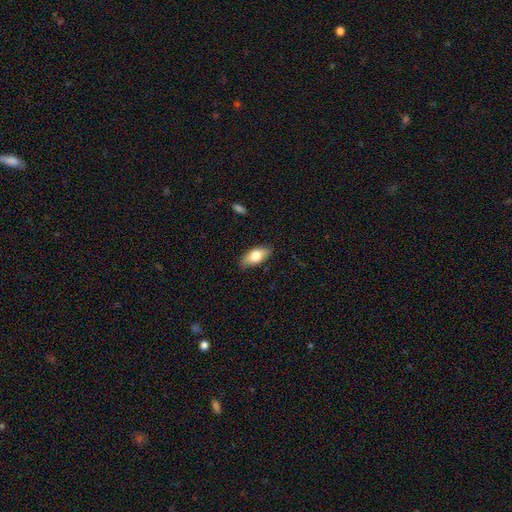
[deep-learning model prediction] smooth_or_featured: smooth (p=0.74) [alt: featured or disk p=0.19]
how_rounded: in between (p=0.87) [alt: cigar-shaped p=0.09]
merging: none (p=0.83) [alt: minor disturbance p=0.13]